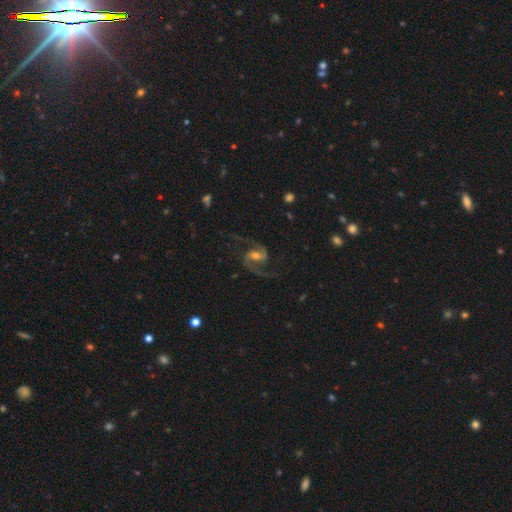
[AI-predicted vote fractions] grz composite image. It shows a featured or disk galaxy (92%) with a weak bar (48%), 2 (94%) medium (54%) spiral arms (98%) and a moderate central bulge (62%). Merging: none (79%).